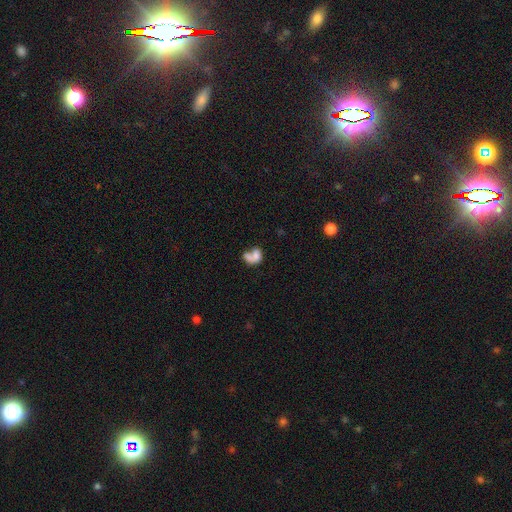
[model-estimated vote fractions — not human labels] Overall: smooth (62%; featured or disk 27%). How rounded: in between (68%; round 29%). Merging: merger (54%; none 20%).